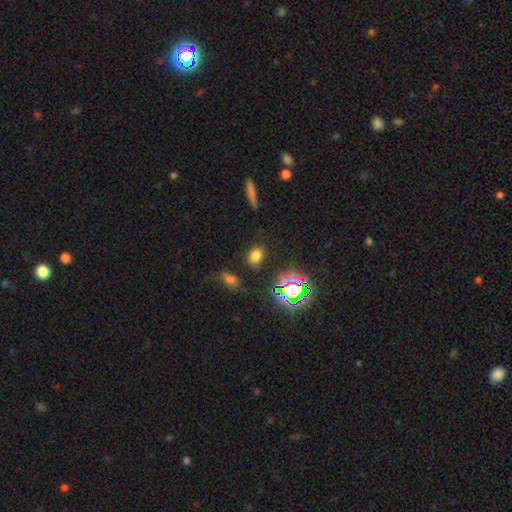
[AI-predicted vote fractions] smooth_or_featured: smooth (p=0.72) [alt: star or artifact p=0.21]
how_rounded: in between (p=0.76) [alt: round p=0.21]
merging: none (p=0.82) [alt: minor disturbance p=0.11]